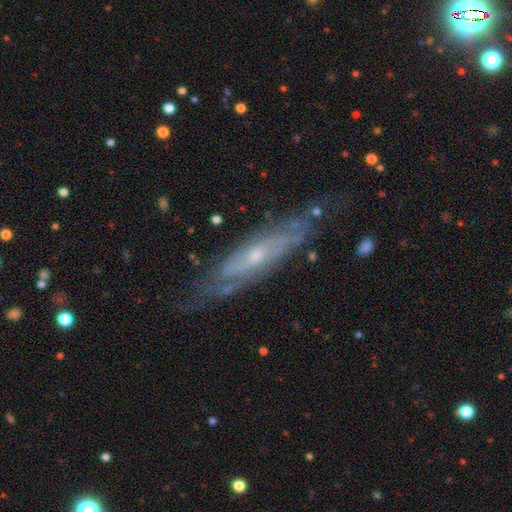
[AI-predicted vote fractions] A featured or disk galaxy (78%).

Vote fractions:
- Smooth or featured? featured or disk: 78% / smooth: 15% / star or artifact: 7%
- Edge-on disk? no: 64% / yes: 36%
- Merging? none: 73% / minor disturbance: 19% / major disturbance: 6% / merger: 2%